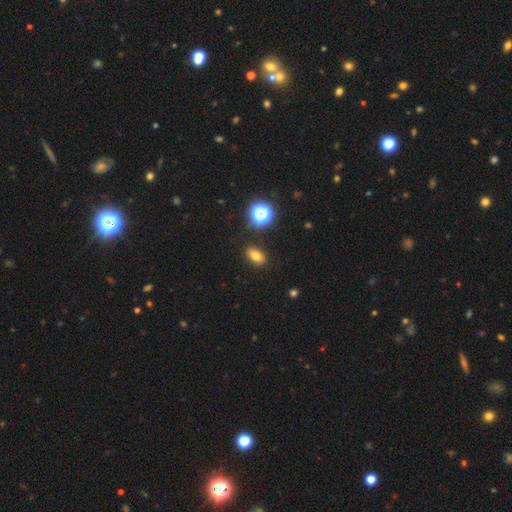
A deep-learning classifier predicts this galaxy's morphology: Overall: smooth (74%). How rounded: in between (81%). Merging: none (88%).